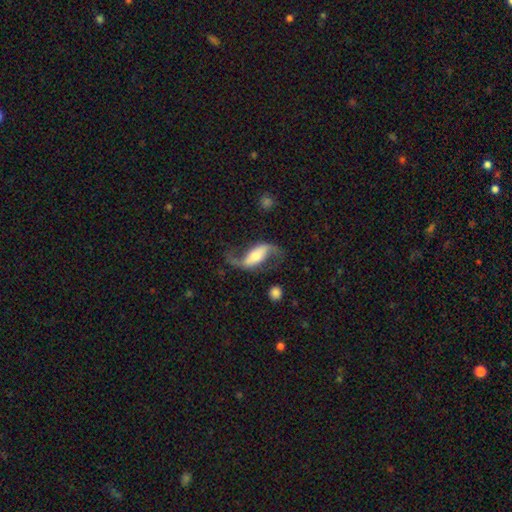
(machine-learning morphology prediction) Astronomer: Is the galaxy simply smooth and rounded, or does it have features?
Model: featured or disk — 84%.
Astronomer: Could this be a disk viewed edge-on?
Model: no — 93%.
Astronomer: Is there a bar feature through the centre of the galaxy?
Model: strong — 45% (runner-up: weak, 31%).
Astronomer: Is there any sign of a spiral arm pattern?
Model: yes — 94%.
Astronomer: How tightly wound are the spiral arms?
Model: loose — 80%.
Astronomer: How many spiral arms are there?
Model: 2 — 92%.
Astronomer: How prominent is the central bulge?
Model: moderate — 46% (runner-up: small, 24%).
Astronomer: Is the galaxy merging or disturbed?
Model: none — 66%.